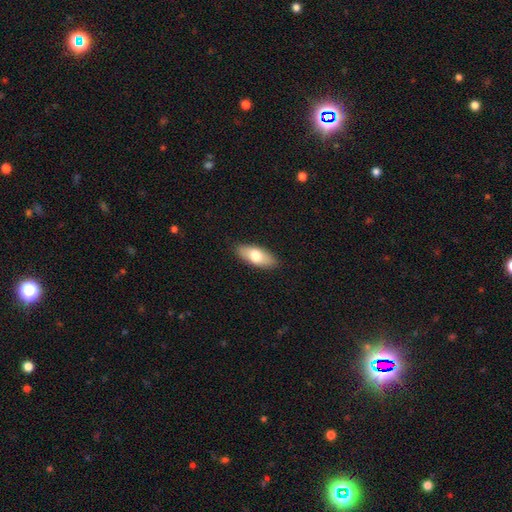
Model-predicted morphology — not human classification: This appears to be a smooth galaxy with no disk features (73%) that is in between round and cigar-shaped (81%). Merging: none (87%).